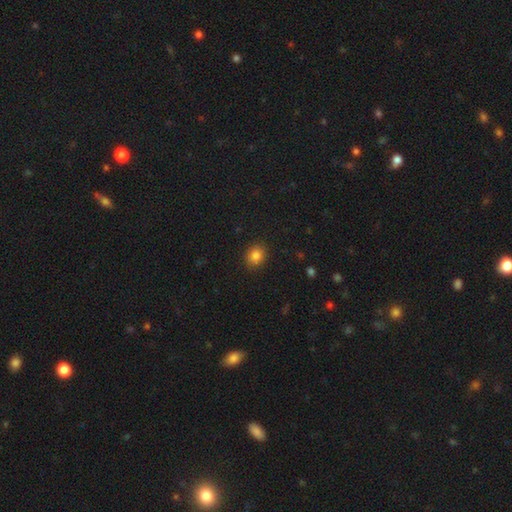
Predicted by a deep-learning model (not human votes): Smooth or featured? smooth (84%)
How rounded? round (67%)
Merging? none (90%)